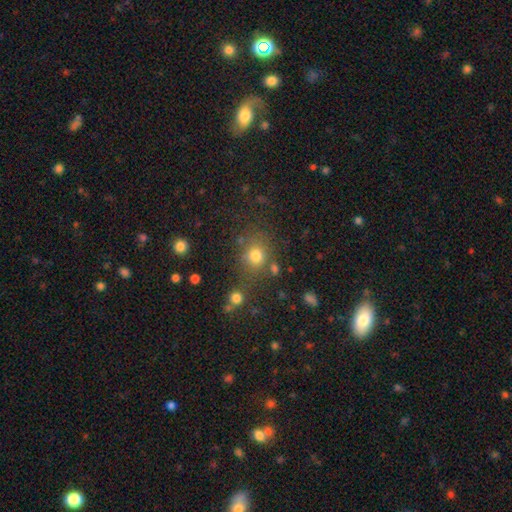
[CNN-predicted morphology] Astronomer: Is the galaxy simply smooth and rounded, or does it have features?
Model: smooth — 76%.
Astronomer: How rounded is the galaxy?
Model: round — 76%.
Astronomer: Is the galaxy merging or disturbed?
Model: none — 70%.